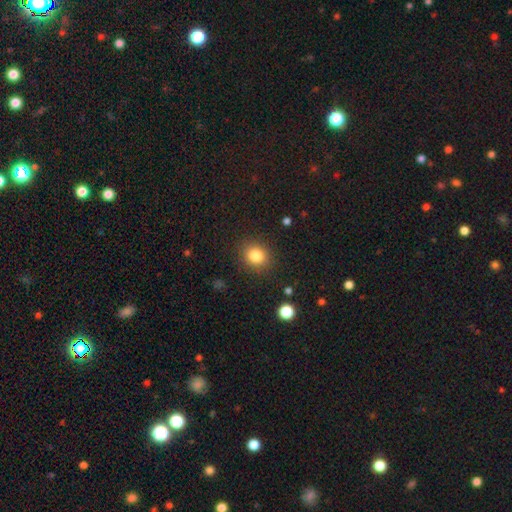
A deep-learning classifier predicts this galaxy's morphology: smooth_or_featured: smooth (p=0.83) [alt: star or artifact p=0.11]
how_rounded: round (p=0.77) [alt: in between p=0.22]
merging: none (p=0.87) [alt: minor disturbance p=0.08]